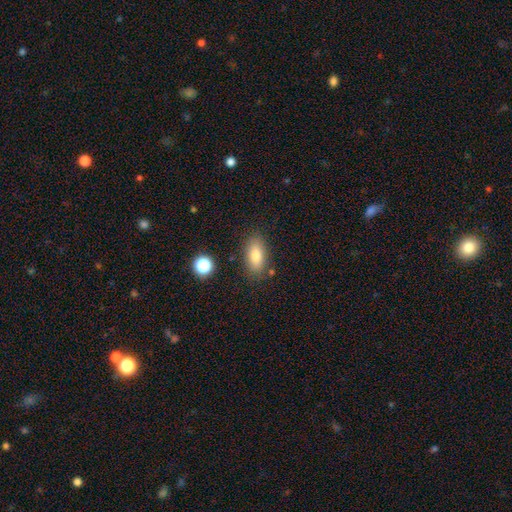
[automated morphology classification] This is likely a smooth galaxy (80%). How rounded: clearly in between (84%). Merging: clearly none (83%).